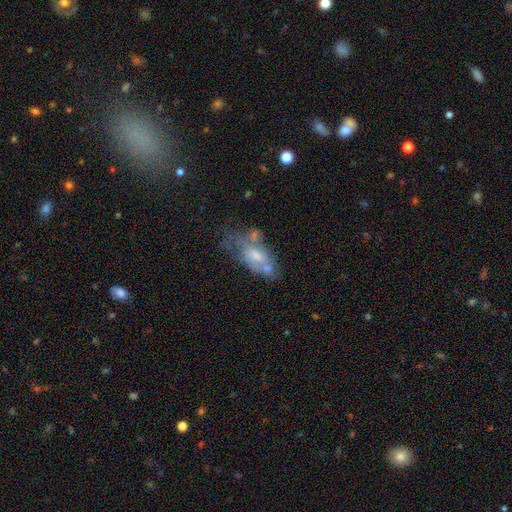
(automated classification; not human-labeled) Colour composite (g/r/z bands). It shows a featured or disk galaxy (49%). Merging: none (27%).